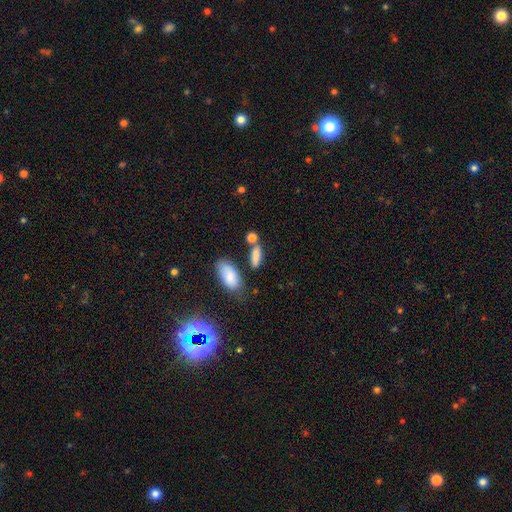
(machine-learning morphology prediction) type=smooth (82%); roundness=in between (61%); merging=none (60%).